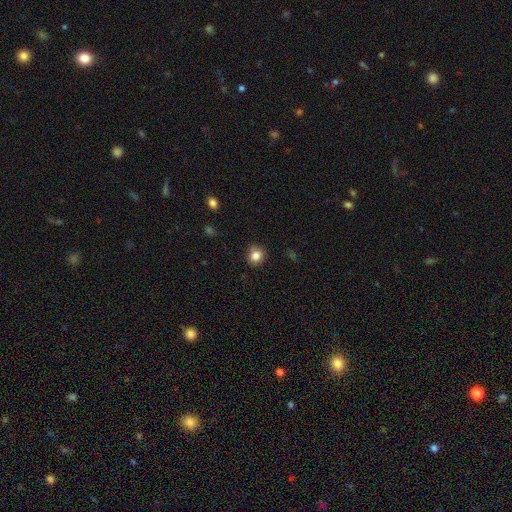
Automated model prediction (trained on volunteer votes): This is clearly a smooth galaxy (83%). How rounded: clearly round (84%). Merging: clearly none (85%).